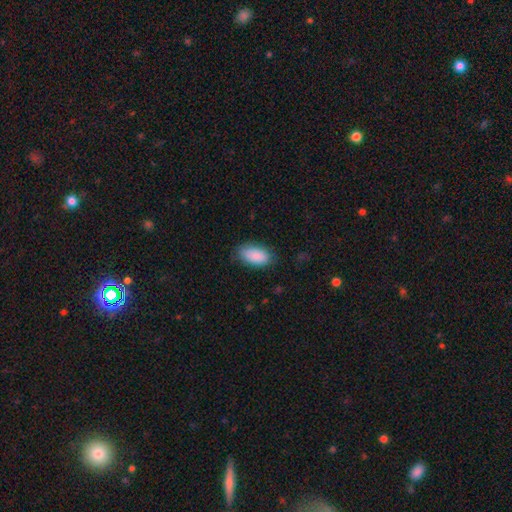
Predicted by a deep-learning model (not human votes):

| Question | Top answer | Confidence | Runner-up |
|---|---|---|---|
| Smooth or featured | smooth | 87% | star or artifact (7%) |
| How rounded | in between | 94% | cigar-shaped (3%) |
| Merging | none | 77% | minor disturbance (18%) |